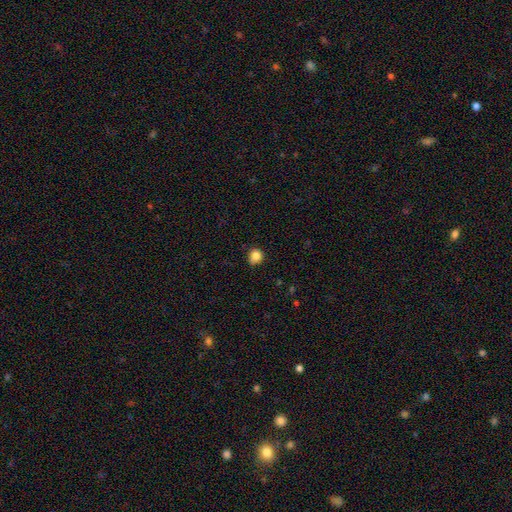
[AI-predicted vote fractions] The model was most divided on "merging": none: 79%, minor disturbance: 17%, major disturbance: 3%, merger: 2%. More confident: how rounded — round (89%); smooth or featured — smooth (83%).